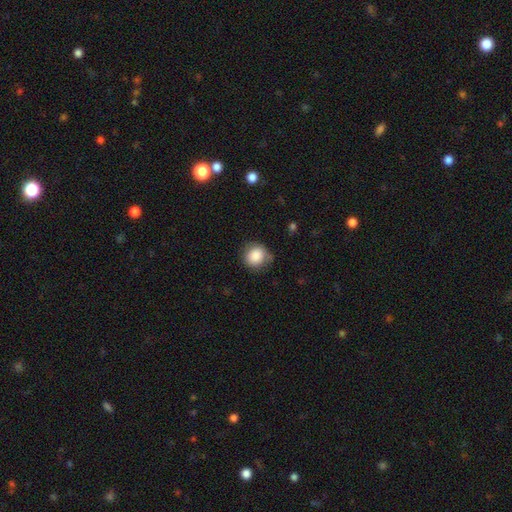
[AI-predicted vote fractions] Overall: smooth (85%). How rounded: round (88%). Merging: none (74%).